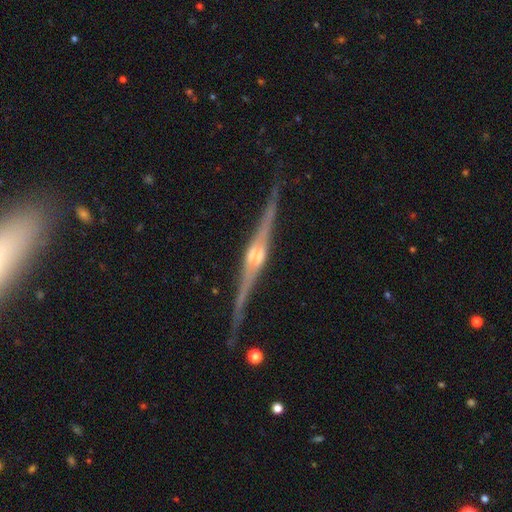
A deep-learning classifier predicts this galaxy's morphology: Smooth or featured? featured or disk (88%)
Edge-on disk? yes (98%)
Edge-on bulge? rounded (79%)
Merging? none (84%)